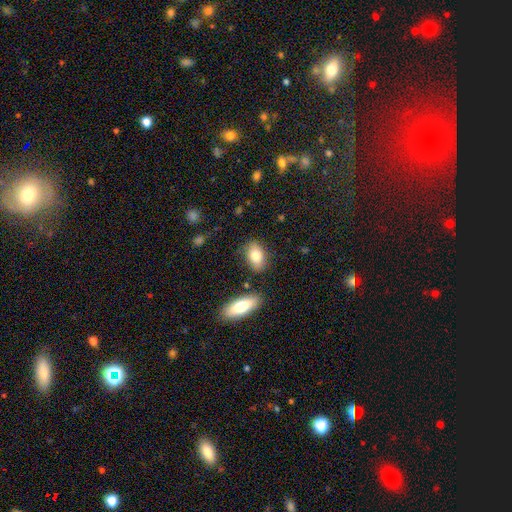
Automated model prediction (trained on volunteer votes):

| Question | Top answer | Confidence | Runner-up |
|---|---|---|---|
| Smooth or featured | smooth | 80% | featured or disk (12%) |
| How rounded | in between | 86% | round (10%) |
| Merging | none | 80% | minor disturbance (12%) |